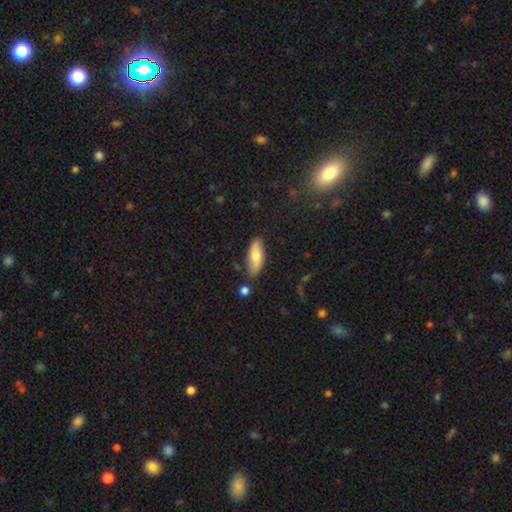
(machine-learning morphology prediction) Smooth or featured? smooth (75%)
How rounded? in between (72%)
Merging? none (78%)